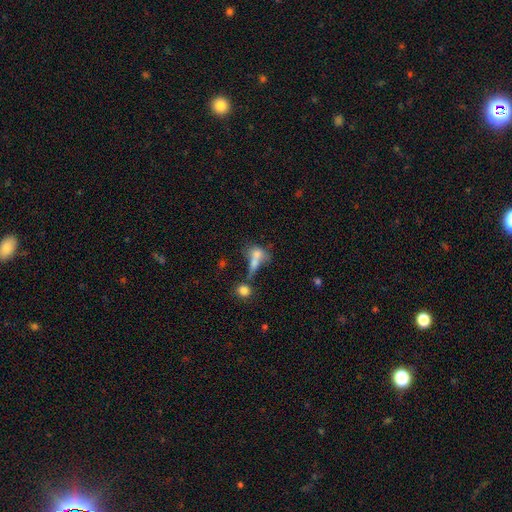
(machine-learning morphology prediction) Q: Smooth or featured?
A: smooth (65%); runner-up: featured or disk (22%)
Q: How rounded?
A: in between (62%); runner-up: round (25%)
Q: Merging?
A: merger (50%); runner-up: none (24%)